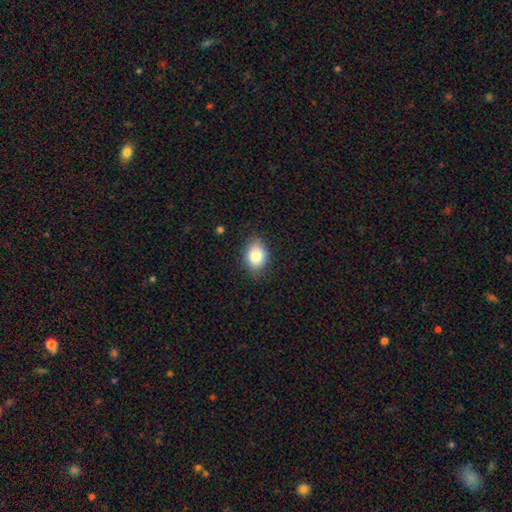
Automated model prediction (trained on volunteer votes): Smooth or featured? Predicted: smooth (p=0.82). How rounded? Predicted: in between (p=0.67). Merging? Predicted: none (p=0.81).